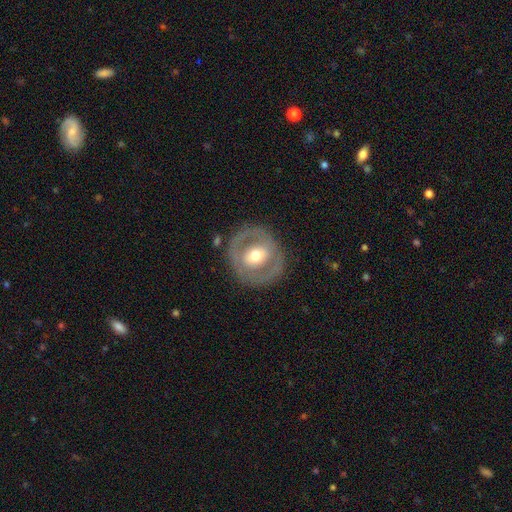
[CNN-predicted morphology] Smooth or featured? Predicted: featured or disk (p=0.57). Edge-on disk? Predicted: no (p=0.94). Bar? Predicted: no (p=0.52). Spiral arms? Predicted: no (p=0.82). Bulge size? Predicted: moderate (p=0.70). Merging? Predicted: none (p=0.80).